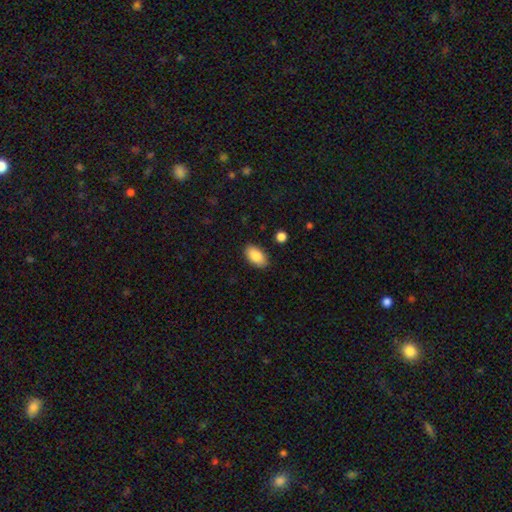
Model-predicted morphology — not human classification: This appears to be a smooth galaxy with no disk features (87%) that is in between round and cigar-shaped (94%). Merging: none (87%).